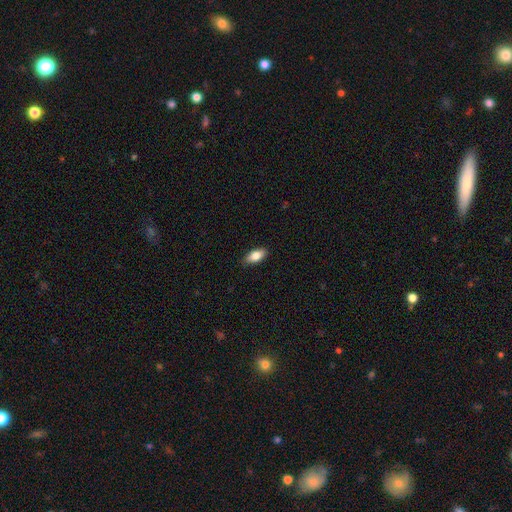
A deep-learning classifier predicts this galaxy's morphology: Smooth or featured?
  - smooth: 79% *
  - featured or disk: 14%
  - star or artifact: 7%
How rounded?
  - in between: 86% *
  - cigar-shaped: 11%
  - round: 3%
Merging?
  - none: 88% *
  - minor disturbance: 10%
  - major disturbance: 2%
  - merger: 1%